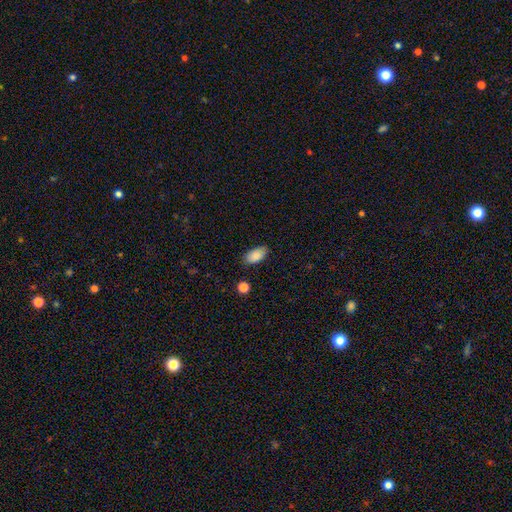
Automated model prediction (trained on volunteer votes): A smooth galaxy with no disk features (87%) that is in between round and cigar-shaped (93%). Merging: none (83%).